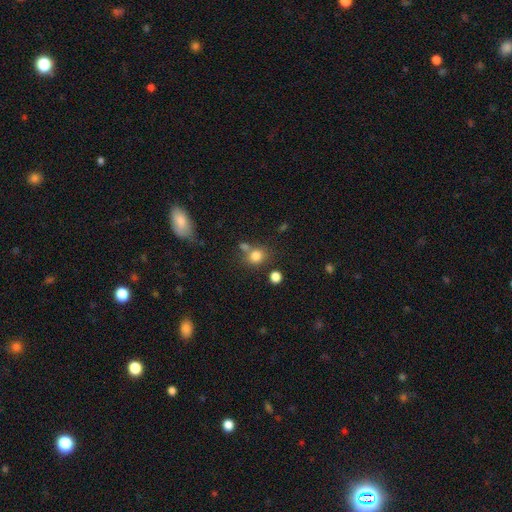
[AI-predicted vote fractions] Overall: smooth (80%). How rounded: round (71%). Merging: none (61%; merger 22%).